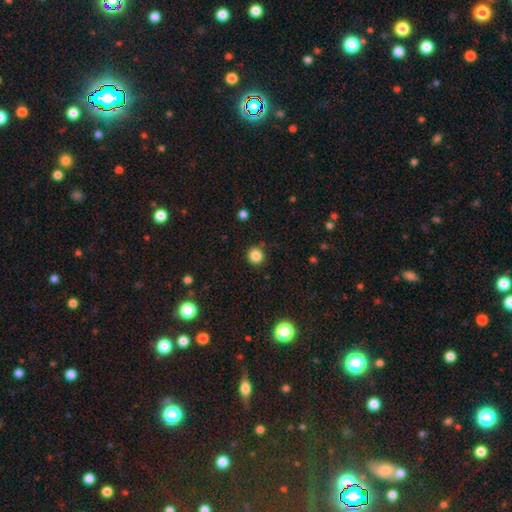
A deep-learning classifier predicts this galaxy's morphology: Smooth or featured? Predicted: smooth (p=0.84). How rounded? Predicted: round (p=0.91). Merging? Predicted: none (p=0.88).